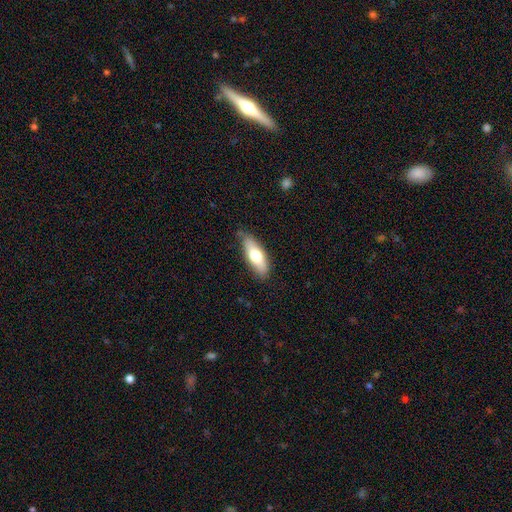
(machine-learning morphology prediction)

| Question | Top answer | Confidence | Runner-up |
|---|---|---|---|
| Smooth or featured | smooth | 64% | featured or disk (30%) |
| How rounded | in between | 59% | cigar-shaped (38%) |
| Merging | none | 80% | minor disturbance (15%) |